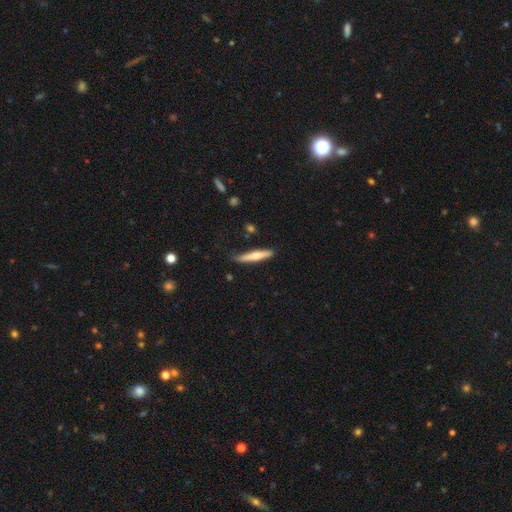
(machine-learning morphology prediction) Q: Smooth or featured?
A: smooth (56%); runner-up: featured or disk (38%)
Q: How rounded?
A: cigar-shaped (92%); runner-up: in between (7%)
Q: Merging?
A: none (80%); runner-up: minor disturbance (16%)